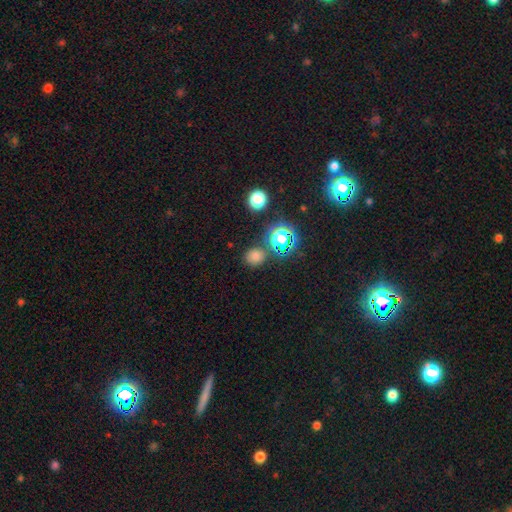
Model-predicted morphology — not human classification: Q: Smooth or featured?
A: smooth (65%); runner-up: star or artifact (30%)
Q: How rounded?
A: round (83%); runner-up: in between (16%)
Q: Merging?
A: none (82%); runner-up: minor disturbance (9%)